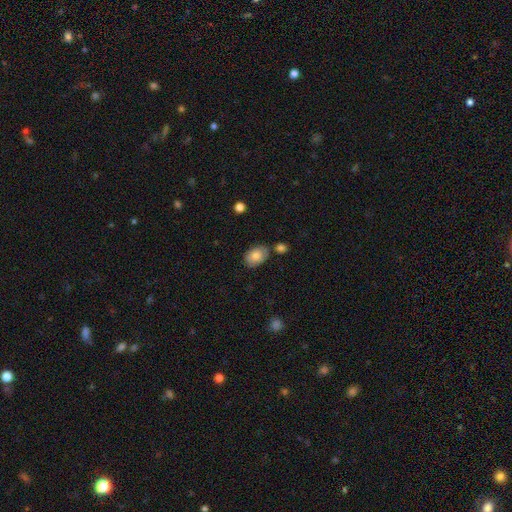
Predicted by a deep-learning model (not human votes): This is likely a smooth galaxy (78%). How rounded: clearly in between (86%). Merging: likely none (72%).